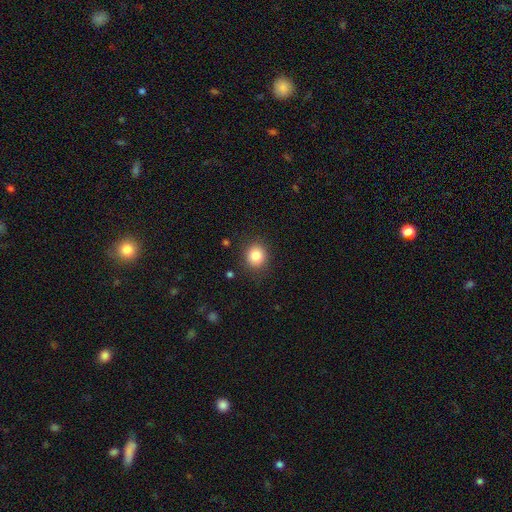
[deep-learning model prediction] Smooth or featured: smooth — 84% (star or artifact — 10%)
How rounded: round — 83% (in between — 16%)
Merging: none — 88% (minor disturbance — 8%)